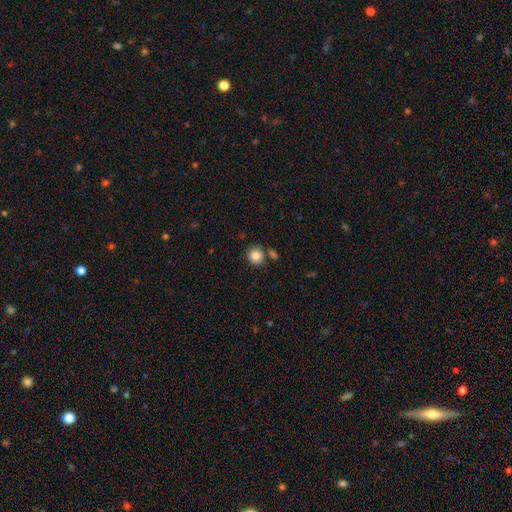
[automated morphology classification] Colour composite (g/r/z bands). It shows a smooth galaxy with no disk features (85%) that is round (92%). Merging: none (77%).